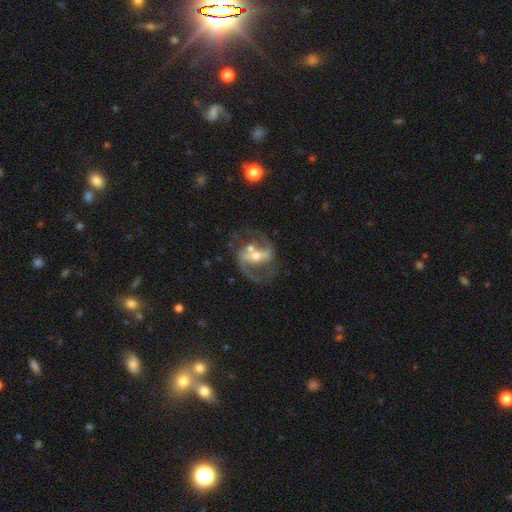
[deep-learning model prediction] featured or disk 88%, star or artifact 6%, smooth 6%. Down the decision tree: edge-on disk — no (96%); bar — strong (60%); spiral arms — yes (94%); spiral arm count — 2 (91%); spiral winding — medium (55%); bulge size — moderate (60%); merging — none (63%).